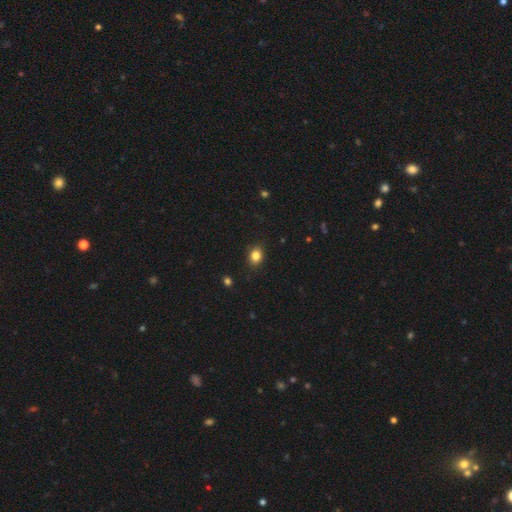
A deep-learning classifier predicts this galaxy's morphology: Q: Smooth or featured?
A: smooth (84%); runner-up: star or artifact (11%)
Q: How rounded?
A: in between (55%); runner-up: round (44%)
Q: Merging?
A: none (87%); runner-up: minor disturbance (9%)